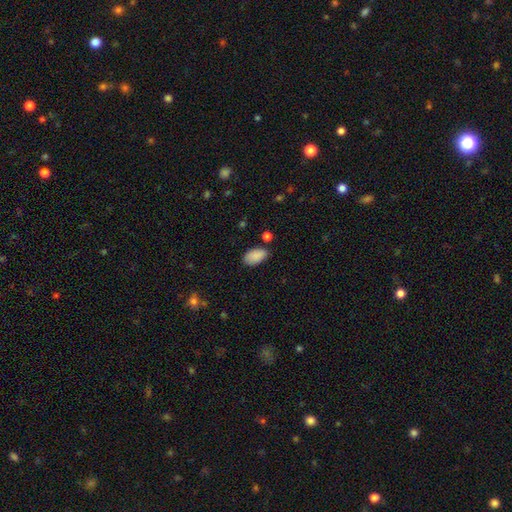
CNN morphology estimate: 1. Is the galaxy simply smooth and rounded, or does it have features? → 90% smooth, 7% star or artifact, 3% featured or disk.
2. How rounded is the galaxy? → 94% in between, 4% round, 2% cigar-shaped.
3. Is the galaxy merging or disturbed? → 81% none, 14% minor disturbance, 3% major disturbance, 3% merger.